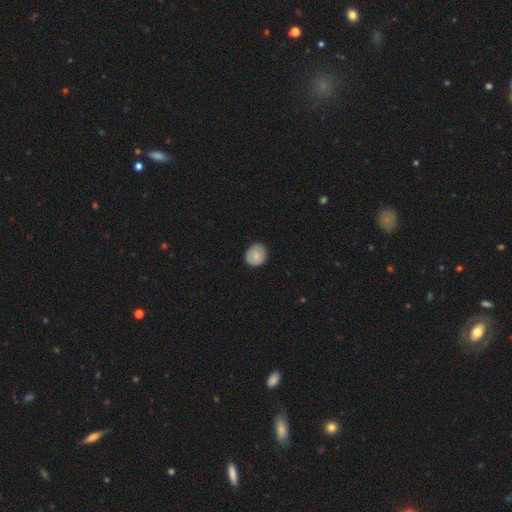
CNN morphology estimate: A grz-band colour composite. It shows a smooth galaxy with no disk features (78%) that is round (84%). Merging: none (84%).